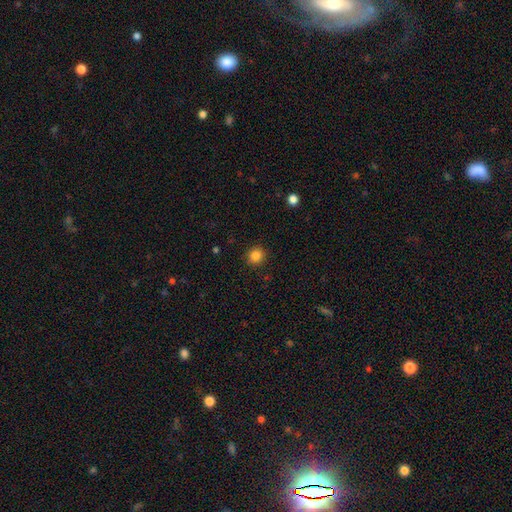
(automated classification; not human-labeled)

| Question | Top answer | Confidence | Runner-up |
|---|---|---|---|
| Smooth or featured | smooth | 84% | star or artifact (11%) |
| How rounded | round | 90% | in between (9%) |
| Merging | none | 91% | minor disturbance (6%) |